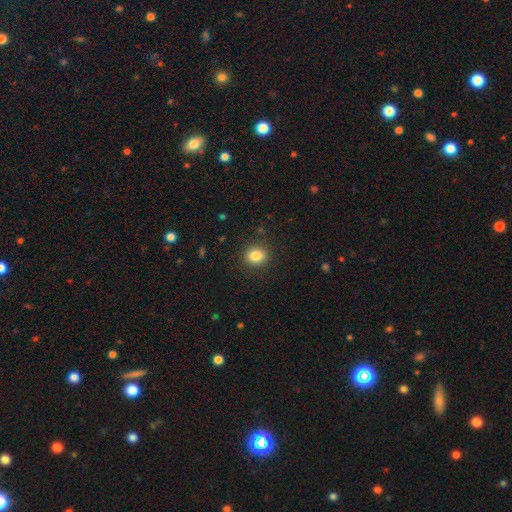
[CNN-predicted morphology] smooth-or-featured: smooth: 84% | star or artifact: 10% | featured or disk: 5%
  how-rounded: round: 66% | in between: 33% | cigar-shaped: 1%
  merging: none: 90% | minor disturbance: 7% | major disturbance: 2% | merger: 1%